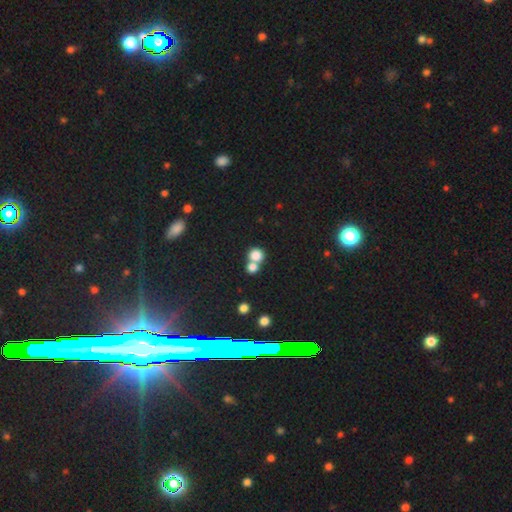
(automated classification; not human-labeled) smooth 80%, star or artifact 12%, featured or disk 8%. Down the decision tree: how rounded — round (83%); merging — merger (51%).